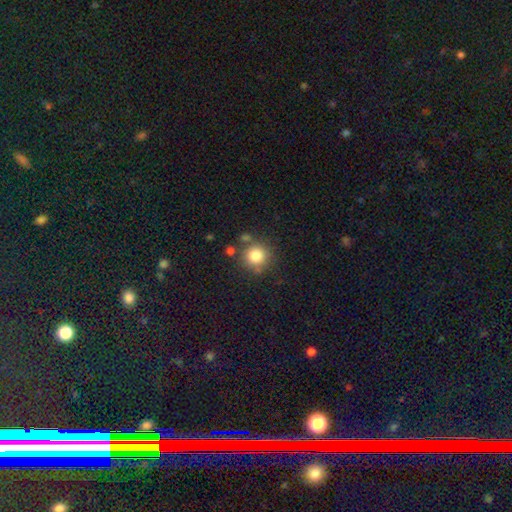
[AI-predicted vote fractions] This appears to be a smooth galaxy with no disk features (82%) that is round (92%). Merging: none (76%).